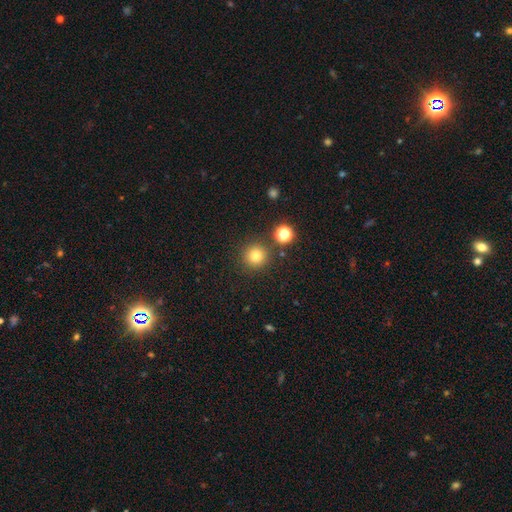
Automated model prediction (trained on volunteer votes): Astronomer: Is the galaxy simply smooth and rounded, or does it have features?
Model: smooth — 79%.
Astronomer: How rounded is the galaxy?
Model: round — 95%.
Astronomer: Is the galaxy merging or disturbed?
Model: none — 87%.